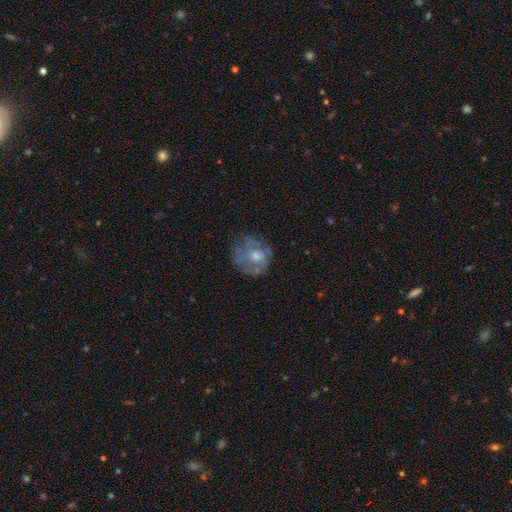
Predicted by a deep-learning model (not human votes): A featured or disk galaxy (48%). Merging: none (57%).